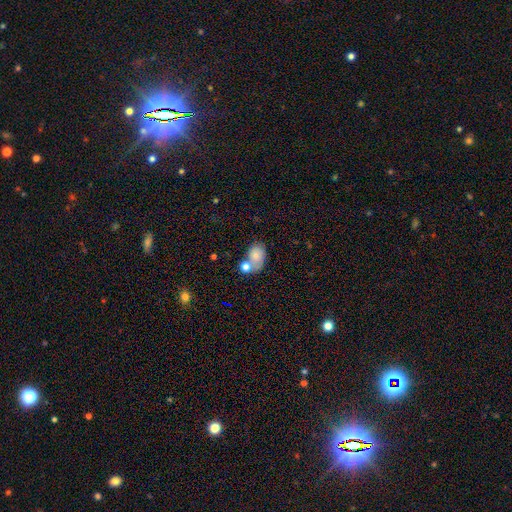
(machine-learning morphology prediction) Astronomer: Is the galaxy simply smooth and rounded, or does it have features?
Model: smooth — 75%.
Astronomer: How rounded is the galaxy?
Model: in between — 76%.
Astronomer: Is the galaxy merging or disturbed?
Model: none — 42% (runner-up: merger, 35%).